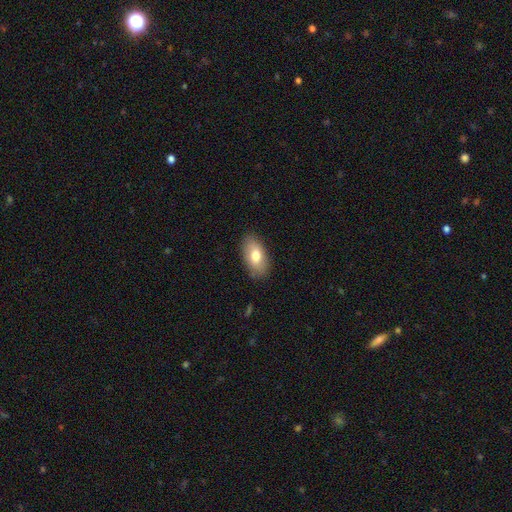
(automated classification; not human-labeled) Smooth or featured: smooth — 75% (featured or disk — 18%)
How rounded: in between — 93% (round — 4%)
Merging: none — 85% (minor disturbance — 12%)